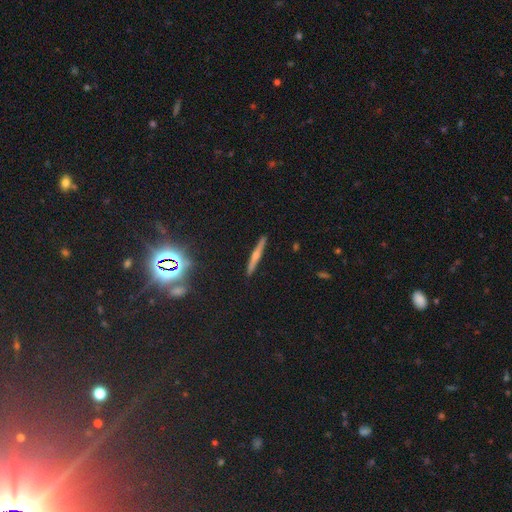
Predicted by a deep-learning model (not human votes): Smooth or featured: featured or disk — 52% (smooth — 35%)
Edge-on disk: yes — 97% (no — 3%)
Edge-on bulge: rounded — 70% (none — 22%)
Merging: none — 91% (minor disturbance — 7%)